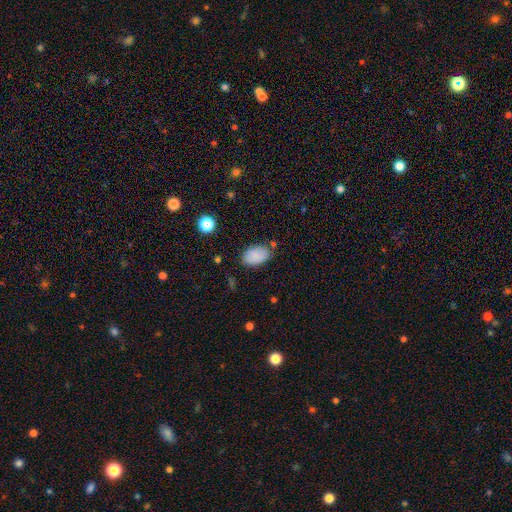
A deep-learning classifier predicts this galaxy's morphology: A smooth galaxy with no disk features (87%) that is in between round and cigar-shaped (92%). Merging: none (79%).